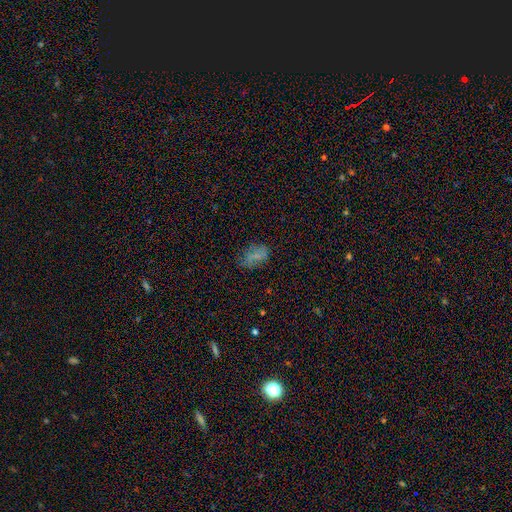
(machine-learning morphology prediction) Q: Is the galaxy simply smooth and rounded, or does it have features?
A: smooth — 65%.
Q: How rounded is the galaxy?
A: in between — 88%.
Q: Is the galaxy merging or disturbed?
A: none — 66%.